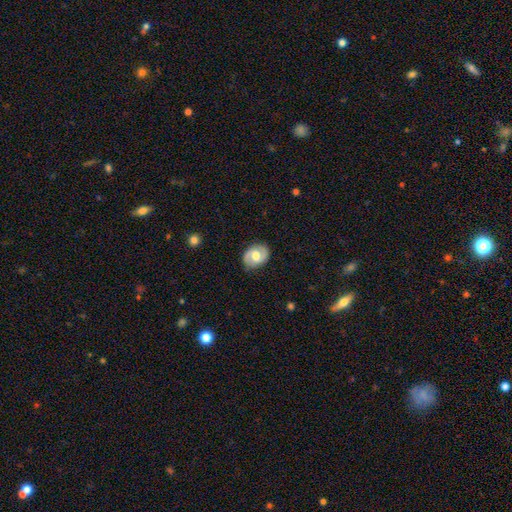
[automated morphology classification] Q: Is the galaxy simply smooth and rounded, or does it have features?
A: featured or disk — 64%.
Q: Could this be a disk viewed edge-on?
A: no — 97%.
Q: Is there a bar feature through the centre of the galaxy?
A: weak — 44%, tied with no.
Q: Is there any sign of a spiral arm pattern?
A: yes — 82%.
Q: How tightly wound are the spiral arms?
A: medium — 48%.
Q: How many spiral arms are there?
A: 2 — 88%.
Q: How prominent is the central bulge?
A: moderate — 70%.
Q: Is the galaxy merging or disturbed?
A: none — 83%.